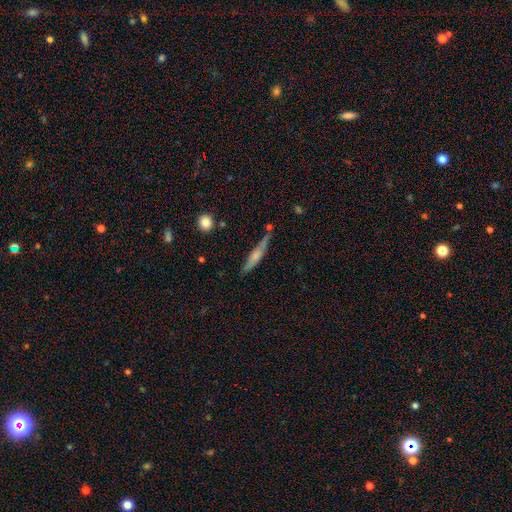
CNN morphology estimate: This appears to be a featured or disk galaxy (47%). Merging: none (69%).